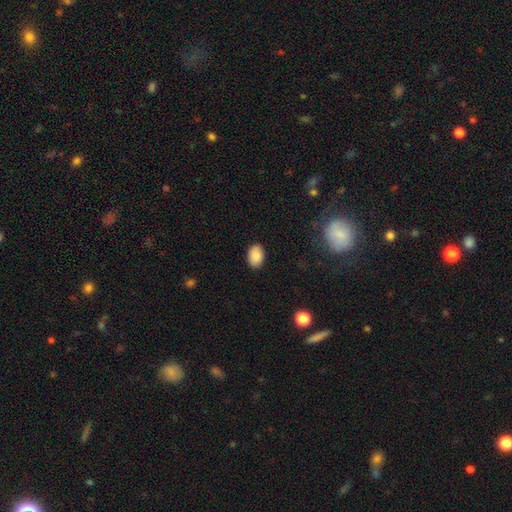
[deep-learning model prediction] Smooth or featured: smooth — 88% (star or artifact — 7%)
How rounded: in between — 85% (round — 14%)
Merging: none — 88% (minor disturbance — 9%)